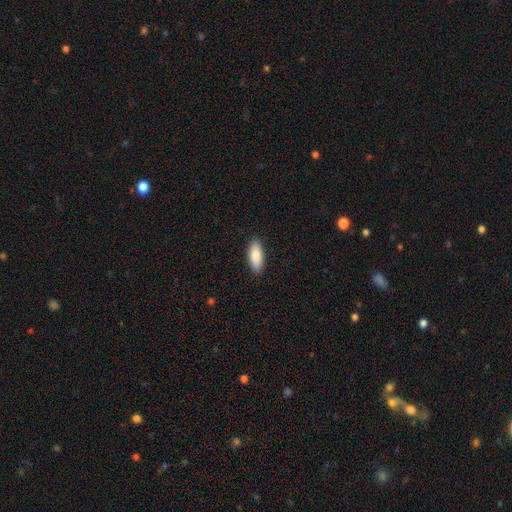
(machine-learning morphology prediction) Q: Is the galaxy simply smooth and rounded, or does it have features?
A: smooth — 86%.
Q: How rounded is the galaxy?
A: in between — 75%.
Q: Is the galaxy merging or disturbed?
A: none — 90%.